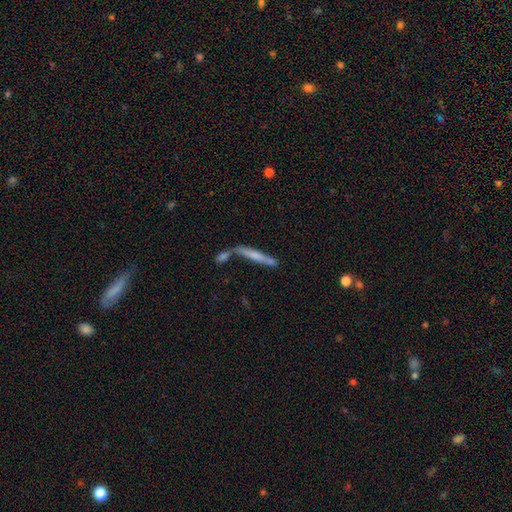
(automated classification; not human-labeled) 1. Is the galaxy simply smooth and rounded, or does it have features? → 51% smooth, 41% featured or disk, 8% star or artifact.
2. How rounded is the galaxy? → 92% cigar-shaped, 7% in between, 2% round.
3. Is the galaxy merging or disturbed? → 47% none, 33% merger, 13% minor disturbance, 7% major disturbance.